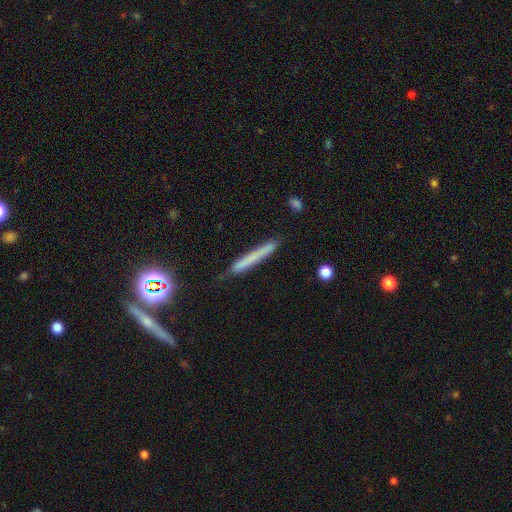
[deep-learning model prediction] A smooth galaxy with no disk features (64%) that is cigar-shaped (95%). Merging: none (77%).